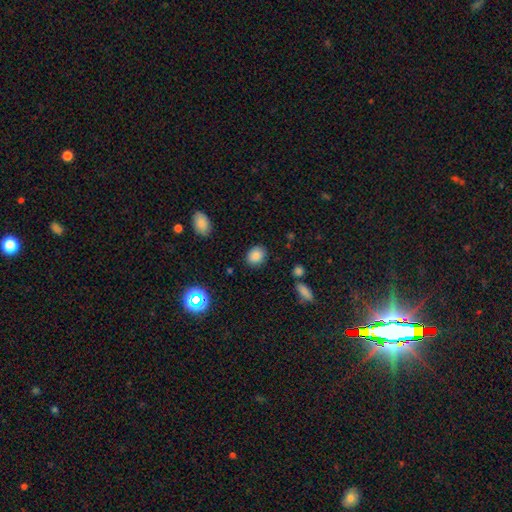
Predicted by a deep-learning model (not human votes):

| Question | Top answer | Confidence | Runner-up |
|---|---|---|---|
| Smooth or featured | smooth | 86% | star or artifact (10%) |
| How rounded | in between | 50% | round (49%) |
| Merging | none | 86% | minor disturbance (10%) |